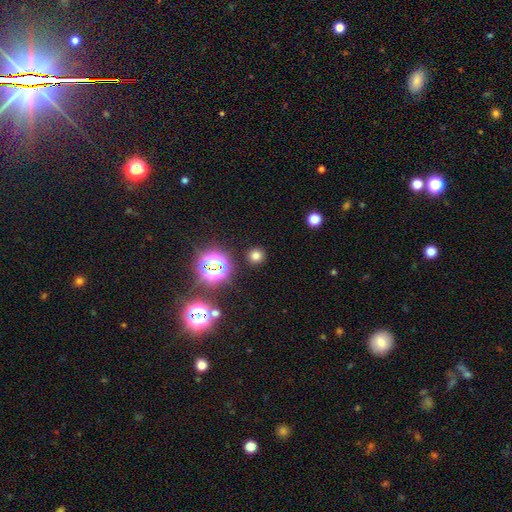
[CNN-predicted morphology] type=smooth (69%); roundness=round (91%); merging=none (89%).